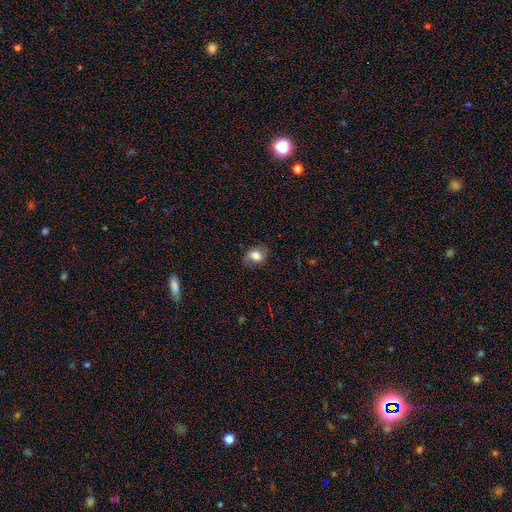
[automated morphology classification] The model was most divided on "how rounded": in between: 63%, round: 36%, cigar-shaped: 1%. More confident: merging — none (73%); smooth or featured — smooth (68%).